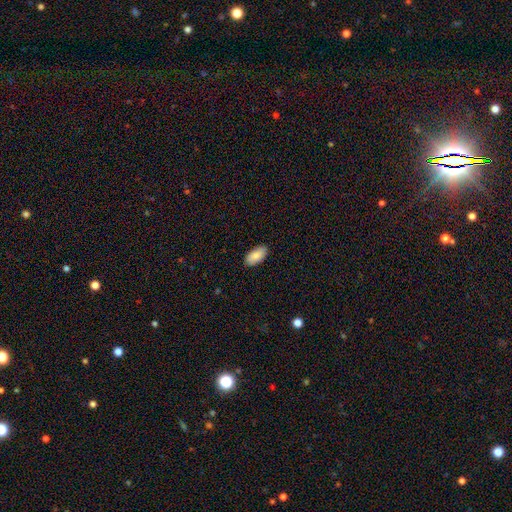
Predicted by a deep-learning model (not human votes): Smooth or featured: smooth — 86% (featured or disk — 8%)
How rounded: in between — 94% (cigar-shaped — 4%)
Merging: none — 88% (minor disturbance — 9%)